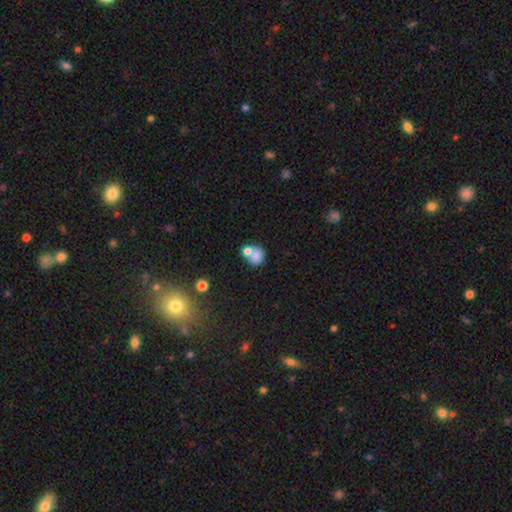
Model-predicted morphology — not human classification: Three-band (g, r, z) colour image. It shows a smooth galaxy with no disk features (76%) that is round (73%). Merging: merger (50%).